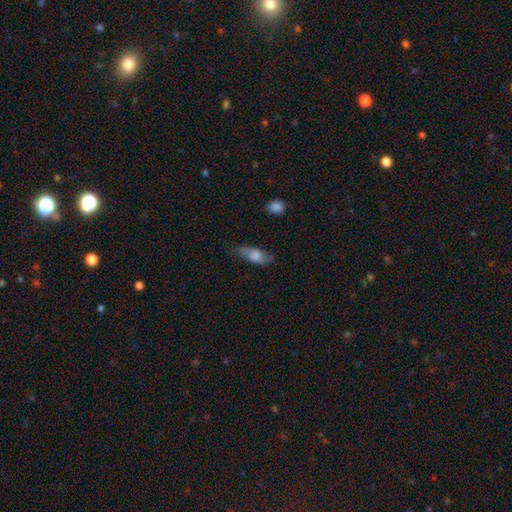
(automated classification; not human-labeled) A smooth galaxy with no disk features (69%) that is in between round and cigar-shaped (72%).

Vote fractions:
- Smooth or featured? smooth: 69% / featured or disk: 24% / star or artifact: 7%
- How rounded? in between: 72% / cigar-shaped: 25% / round: 3%
- Merging? none: 69% / minor disturbance: 24% / major disturbance: 6% / merger: 2%